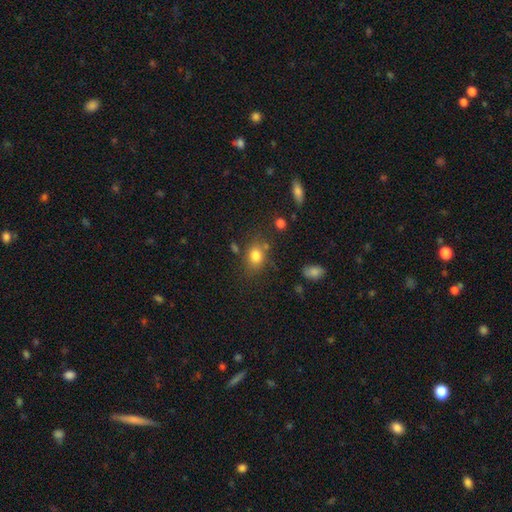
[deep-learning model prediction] Morphology: type=smooth (80%); roundness=in between (57%); merging=none (70%).